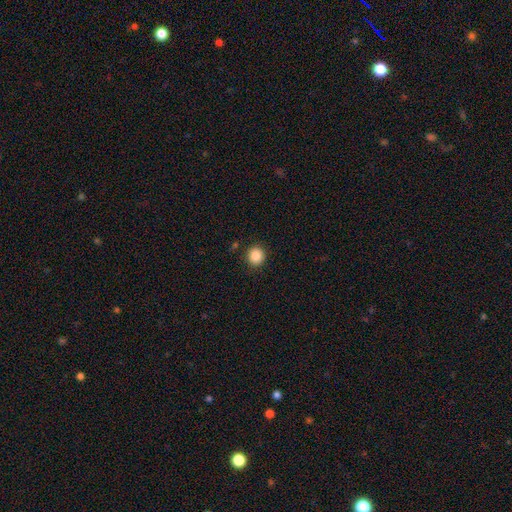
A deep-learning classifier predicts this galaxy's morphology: smooth 87%, star or artifact 10%, featured or disk 3%. Down the decision tree: how rounded — round (89%); merging — none (90%).